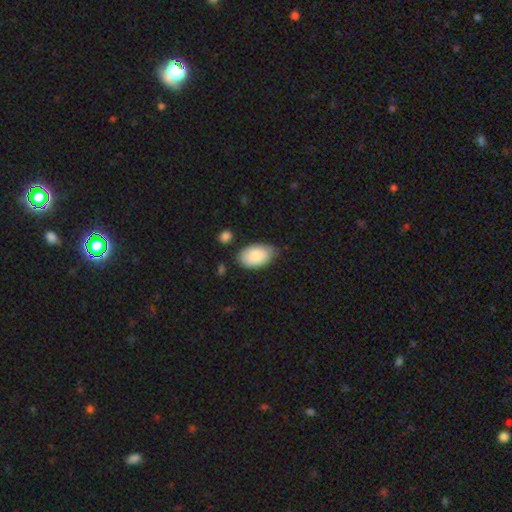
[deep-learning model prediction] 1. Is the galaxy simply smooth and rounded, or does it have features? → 86% smooth, 8% featured or disk, 6% star or artifact.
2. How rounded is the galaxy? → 94% in between, 5% round, 1% cigar-shaped.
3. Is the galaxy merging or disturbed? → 69% none, 24% minor disturbance, 4% major disturbance, 3% merger.